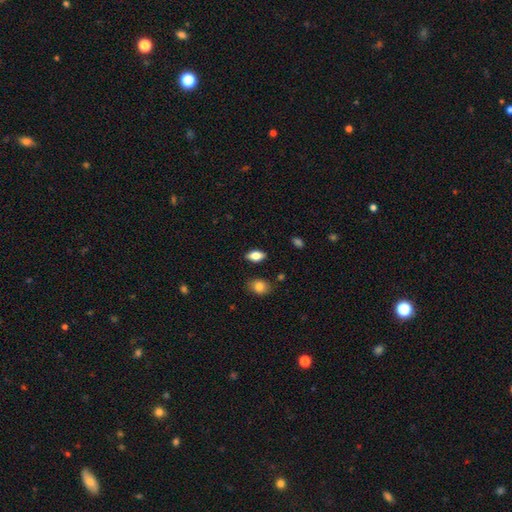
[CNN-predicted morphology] smooth_or_featured: smooth (p=0.73) [alt: featured or disk p=0.19]
how_rounded: in between (p=0.86) [alt: cigar-shaped p=0.08]
merging: none (p=0.85) [alt: minor disturbance p=0.10]